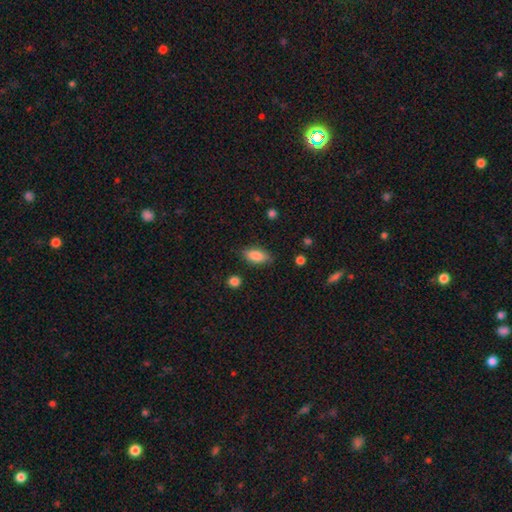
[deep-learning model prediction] Q: Smooth or featured?
A: smooth (86%); runner-up: featured or disk (7%)
Q: How rounded?
A: in between (87%); runner-up: cigar-shaped (9%)
Q: Merging?
A: none (81%); runner-up: minor disturbance (14%)